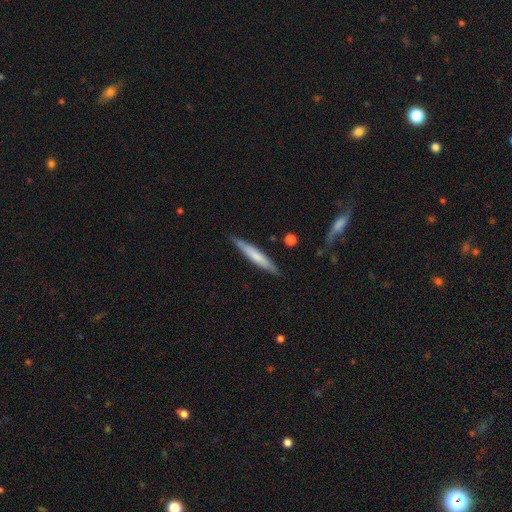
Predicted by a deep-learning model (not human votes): This appears to be a smooth galaxy with no disk features (61%) that is cigar-shaped (93%). Merging: none (85%).